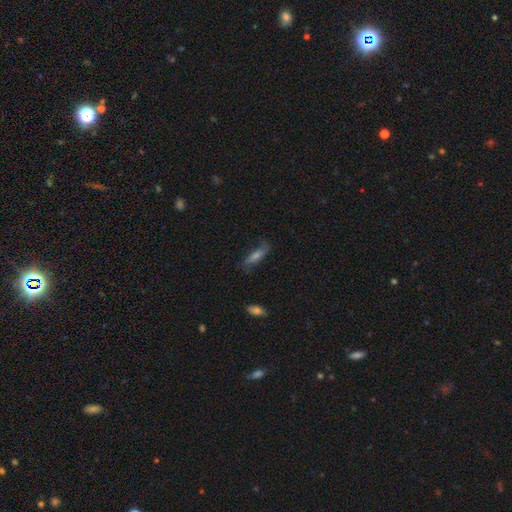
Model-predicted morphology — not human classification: type=featured or disk (48%); merging=none (69%).